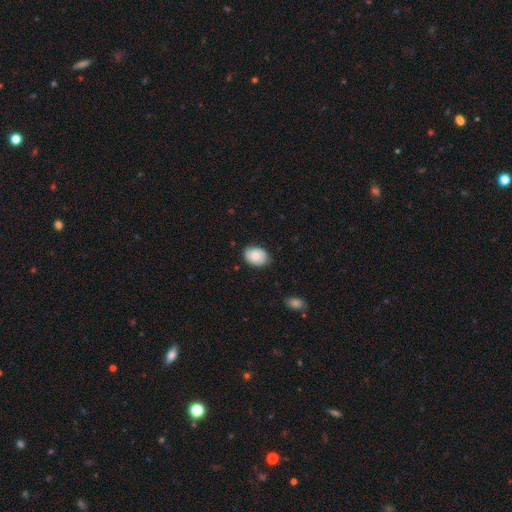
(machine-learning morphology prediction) A smooth galaxy with no disk features (79%) that is in between round and cigar-shaped (70%).

Vote fractions:
- Smooth or featured? smooth: 79% / featured or disk: 14% / star or artifact: 7%
- How rounded? in between: 70% / round: 30% / cigar-shaped: 1%
- Merging? none: 80% / minor disturbance: 16% / major disturbance: 3% / merger: 1%